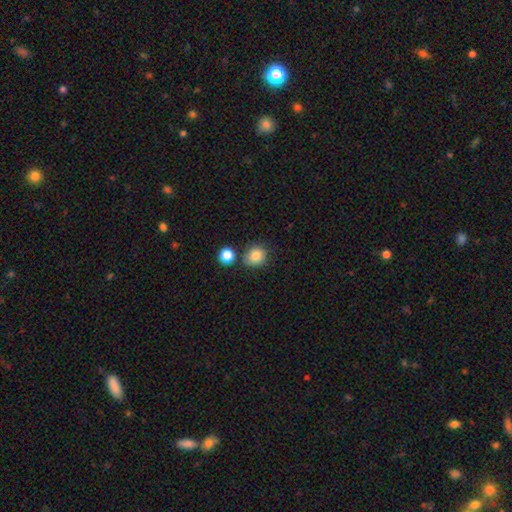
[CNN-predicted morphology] Smooth or featured? smooth (84%)
How rounded? round (81%)
Merging? none (73%)